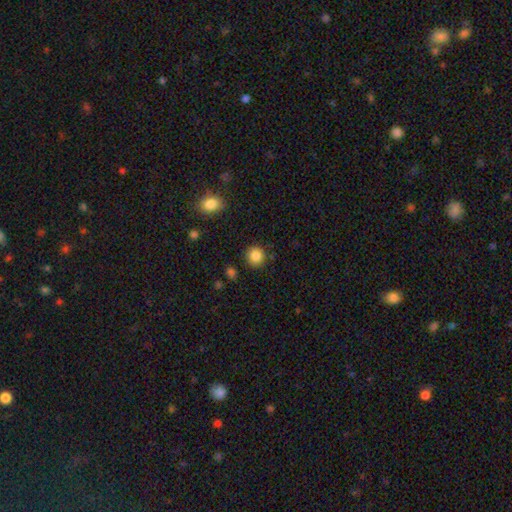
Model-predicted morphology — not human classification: A smooth galaxy with no disk features (86%) that is round (89%). Merging: none (87%).